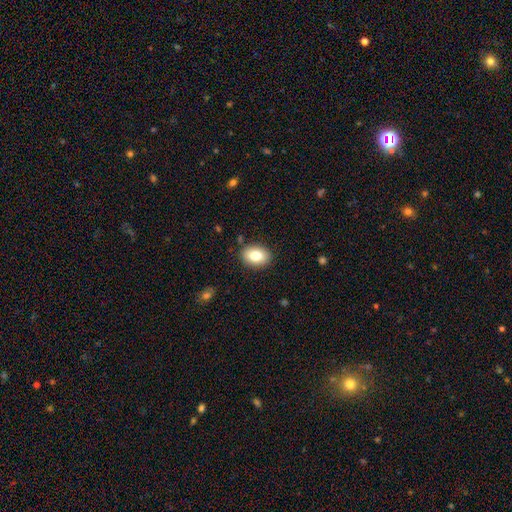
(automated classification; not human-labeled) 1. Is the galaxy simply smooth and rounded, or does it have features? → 80% smooth, 11% featured or disk, 8% star or artifact.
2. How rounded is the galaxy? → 73% in between, 26% round, 1% cigar-shaped.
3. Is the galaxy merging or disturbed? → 88% none, 9% minor disturbance, 2% major disturbance, 1% merger.